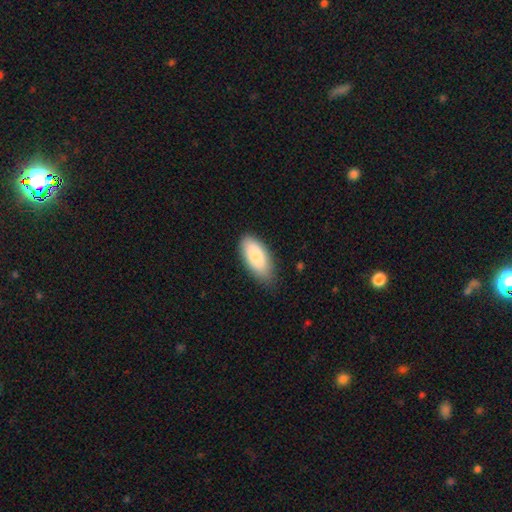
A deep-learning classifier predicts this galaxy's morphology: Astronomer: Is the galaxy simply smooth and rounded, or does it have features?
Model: smooth — 81%.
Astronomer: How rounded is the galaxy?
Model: in between — 89%.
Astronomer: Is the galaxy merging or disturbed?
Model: none — 75%.